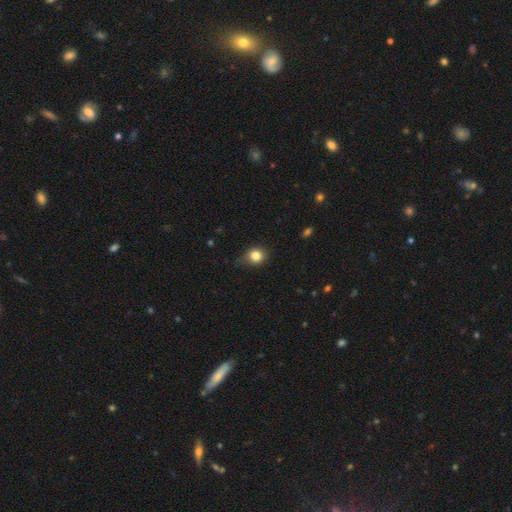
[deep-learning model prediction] This appears to be a smooth galaxy with no disk features (82%) that is round (79%). Merging: none (64%).